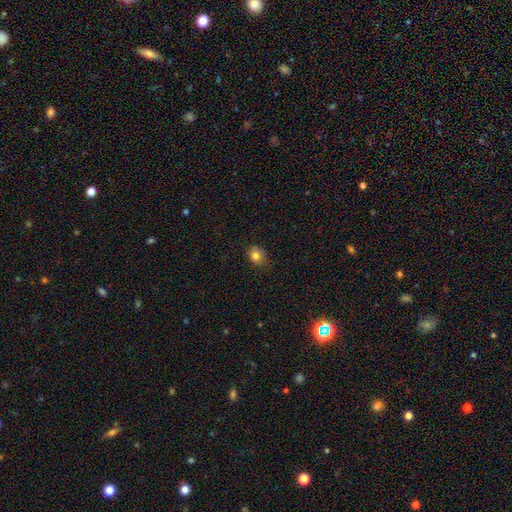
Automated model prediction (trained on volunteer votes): Q: Smooth or featured?
A: smooth (81%); runner-up: star or artifact (11%)
Q: How rounded?
A: round (61%); runner-up: in between (38%)
Q: Merging?
A: none (80%); runner-up: minor disturbance (16%)